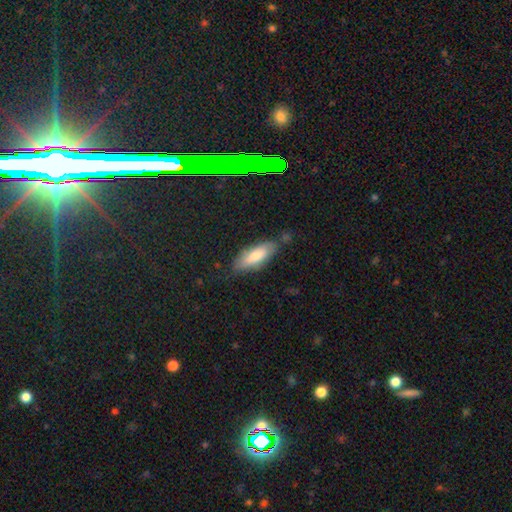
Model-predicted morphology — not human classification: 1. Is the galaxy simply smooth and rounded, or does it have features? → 78% smooth, 16% featured or disk, 6% star or artifact.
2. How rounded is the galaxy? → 60% in between, 38% cigar-shaped, 2% round.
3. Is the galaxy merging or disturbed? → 70% none, 21% minor disturbance, 5% major disturbance, 4% merger.